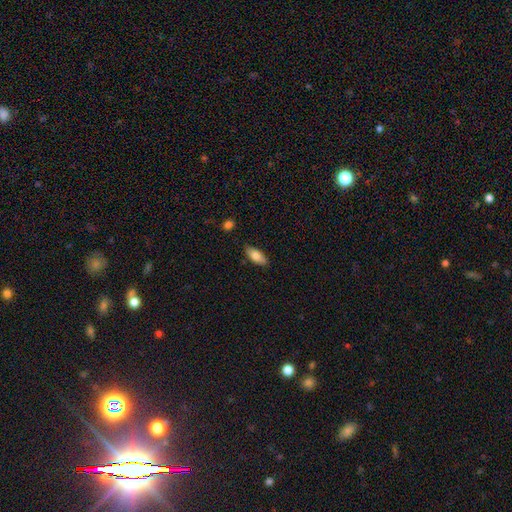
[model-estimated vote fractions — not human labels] This appears to be a smooth galaxy with no disk features (82%) that is in between round and cigar-shaped (81%). Merging: none (86%).